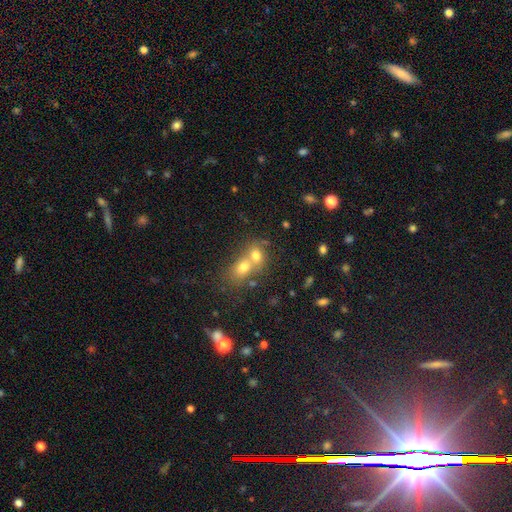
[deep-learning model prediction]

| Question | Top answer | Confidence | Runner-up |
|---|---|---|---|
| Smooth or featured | smooth | 71% | featured or disk (17%) |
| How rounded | round | 53% | in between (46%) |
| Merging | merger | 70% | none (22%) |